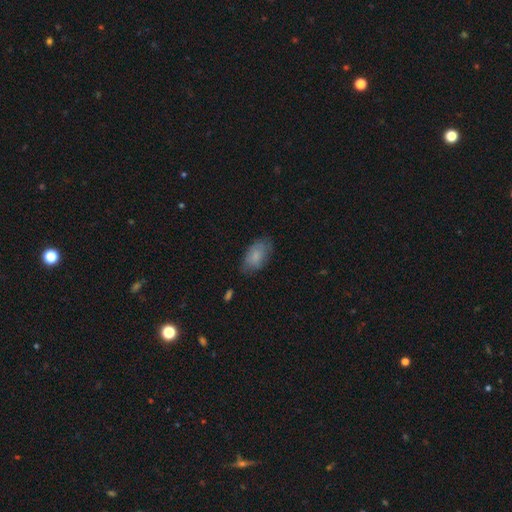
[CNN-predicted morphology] Q: Smooth or featured?
A: smooth (78%); runner-up: featured or disk (15%)
Q: How rounded?
A: in between (93%); runner-up: round (5%)
Q: Merging?
A: none (68%); runner-up: minor disturbance (25%)